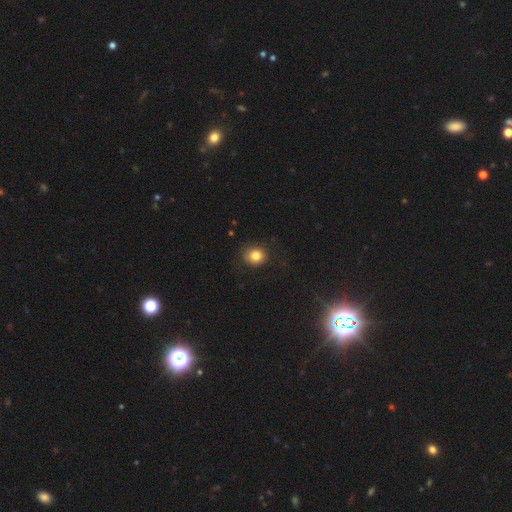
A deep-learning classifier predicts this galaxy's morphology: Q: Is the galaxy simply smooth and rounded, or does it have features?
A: smooth — 82%.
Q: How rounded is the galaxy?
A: round — 80%.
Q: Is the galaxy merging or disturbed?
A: none — 84%.